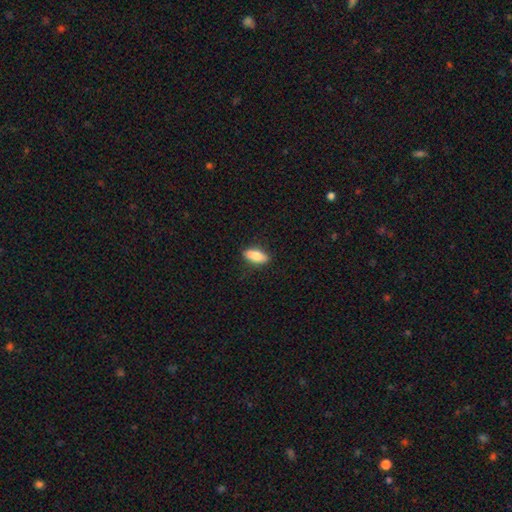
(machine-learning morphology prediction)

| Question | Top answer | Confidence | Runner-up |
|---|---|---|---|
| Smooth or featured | smooth | 79% | featured or disk (14%) |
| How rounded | in between | 73% | cigar-shaped (25%) |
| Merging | none | 79% | minor disturbance (15%) |